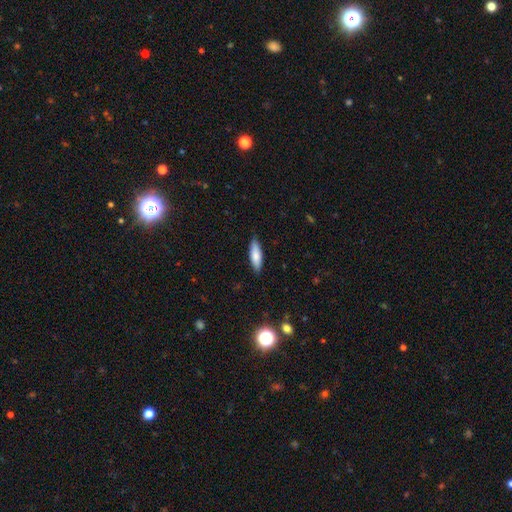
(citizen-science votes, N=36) This appears to be a smooth galaxy with no disk features (75%) that is cigar-shaped (74%). Merging: none (89%).